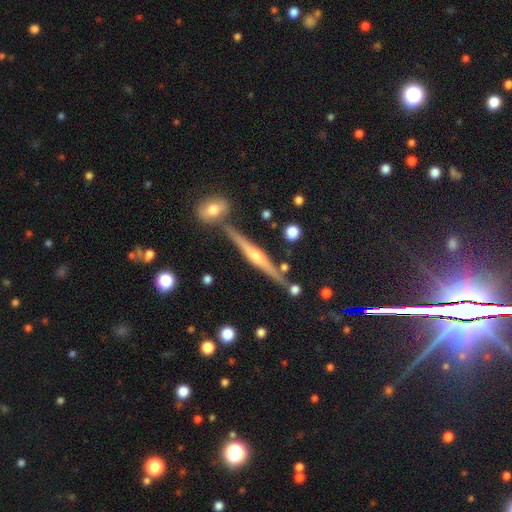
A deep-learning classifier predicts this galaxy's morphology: This appears to be a featured or disk galaxy (78%) viewed edge-on (97%) with a rounded central bulge (86%). Merging: none (82%).